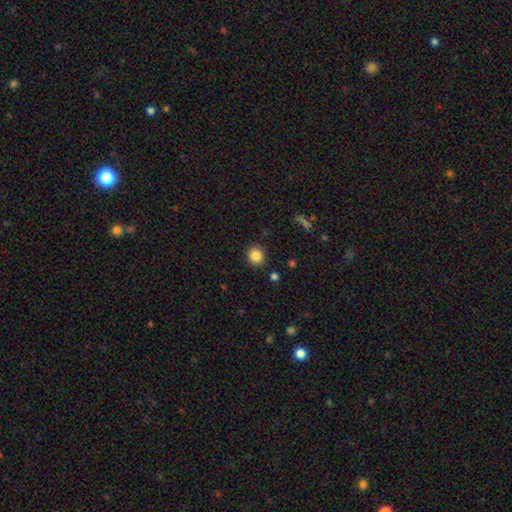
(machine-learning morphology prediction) This appears to be a smooth galaxy with no disk features (85%) that is round (86%). Merging: none (89%).